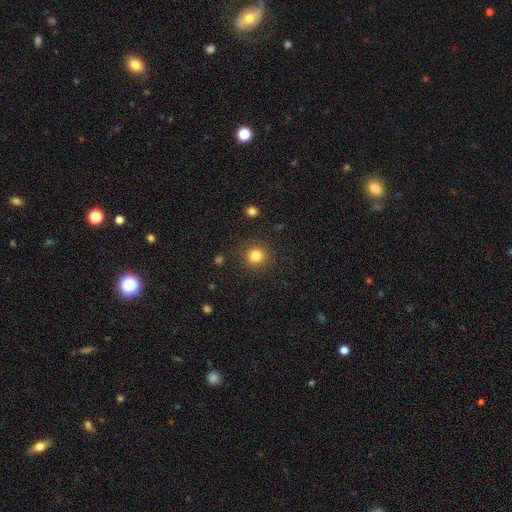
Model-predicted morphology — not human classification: Smooth or featured? Predicted: smooth (p=0.82). How rounded? Predicted: round (p=0.92). Merging? Predicted: none (p=0.88).